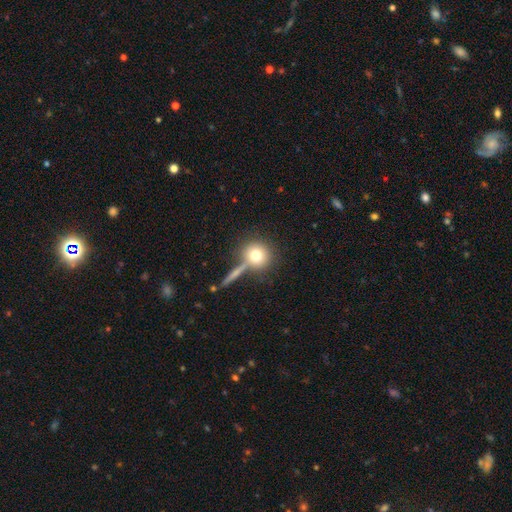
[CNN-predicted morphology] Smooth or featured? smooth (75%)
How rounded? round (91%)
Merging? none (66%)